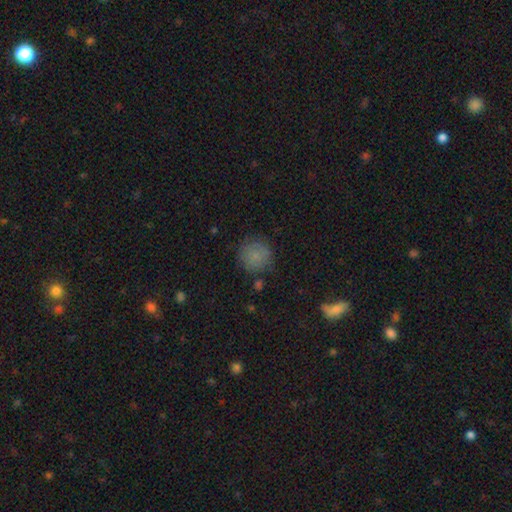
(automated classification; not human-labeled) The model was most divided on "merging": none: 77%, minor disturbance: 15%, major disturbance: 5%, merger: 3%. More confident: how rounded — round (91%); smooth or featured — smooth (79%).